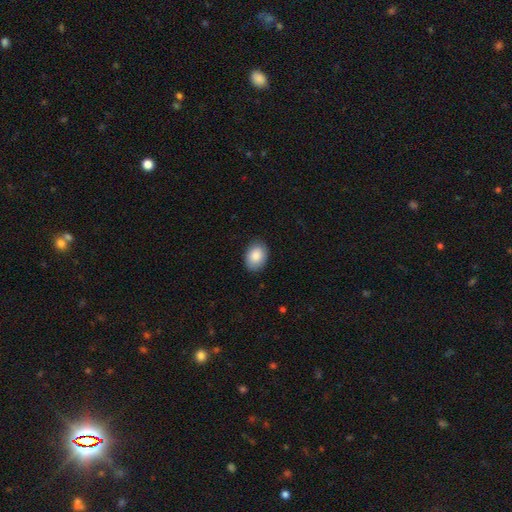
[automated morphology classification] Smooth or featured?
  - smooth: 87% *
  - star or artifact: 7%
  - featured or disk: 7%
How rounded?
  - in between: 77% *
  - round: 22%
  - cigar-shaped: 1%
Merging?
  - none: 86% *
  - minor disturbance: 11%
  - major disturbance: 2%
  - merger: 1%